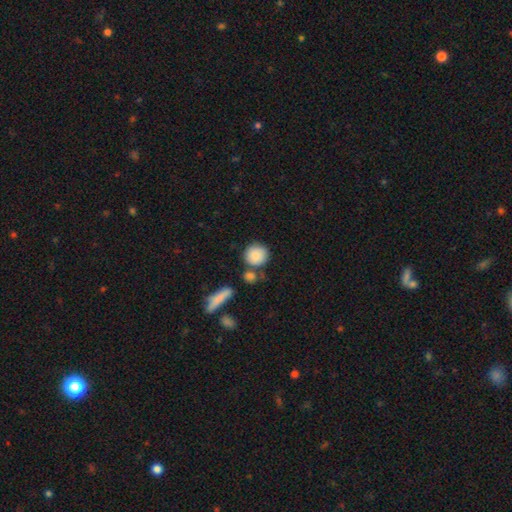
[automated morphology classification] This is clearly a smooth galaxy (86%). How rounded: clearly round (88%). Merging: likely none (67%).